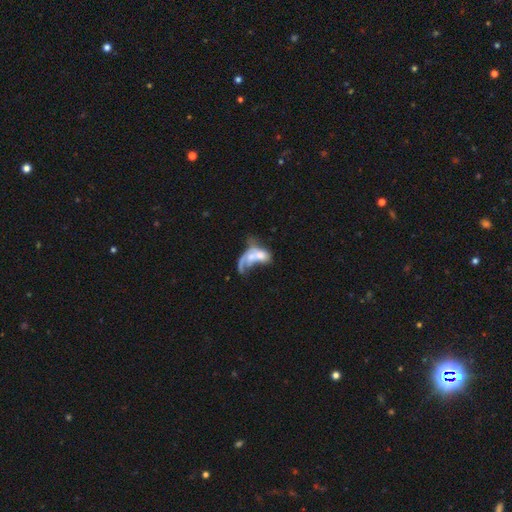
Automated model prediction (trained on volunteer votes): Smooth or featured? featured or disk (49%)
Merging? merger (67%)